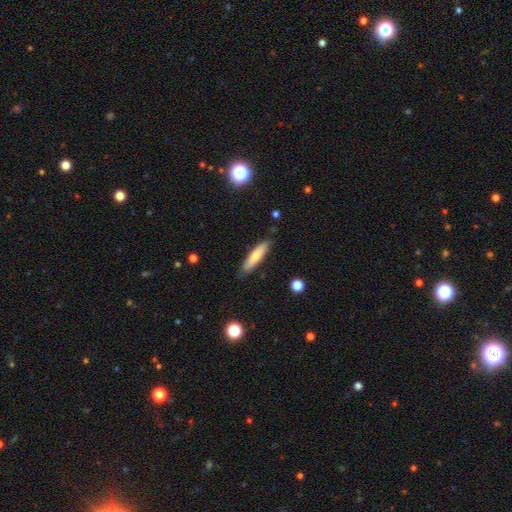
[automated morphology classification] smooth-or-featured: smooth: 73% | featured or disk: 21% | star or artifact: 6%
  how-rounded: cigar-shaped: 79% | in between: 19% | round: 1%
  merging: none: 85% | minor disturbance: 11% | major disturbance: 2% | merger: 1%